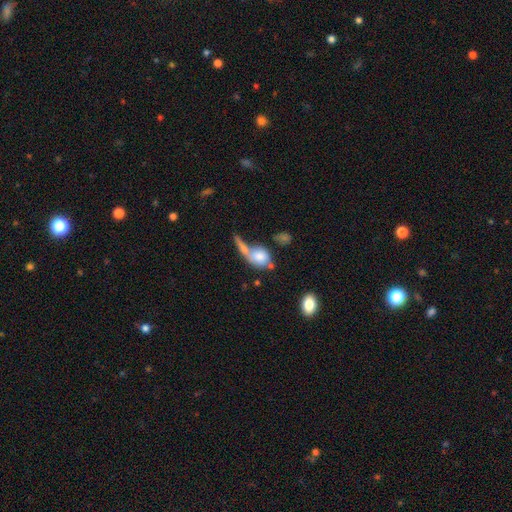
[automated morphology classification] Smooth or featured? Predicted: smooth (p=0.72). How rounded? Predicted: in between (p=0.55). Merging? Predicted: merger (p=0.47).